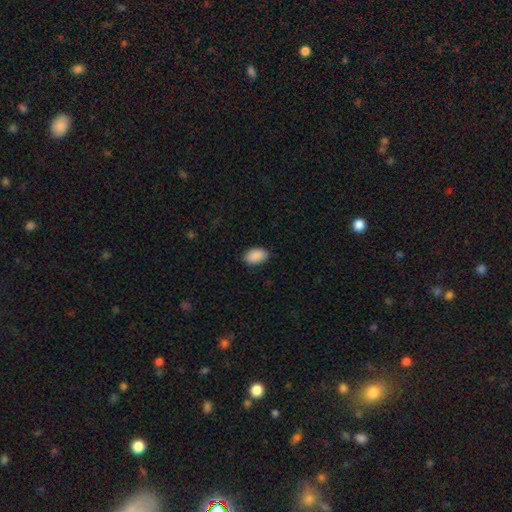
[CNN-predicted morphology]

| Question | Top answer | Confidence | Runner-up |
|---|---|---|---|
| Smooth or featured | smooth | 91% | star or artifact (7%) |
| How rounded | in between | 93% | round (6%) |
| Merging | none | 87% | minor disturbance (10%) |